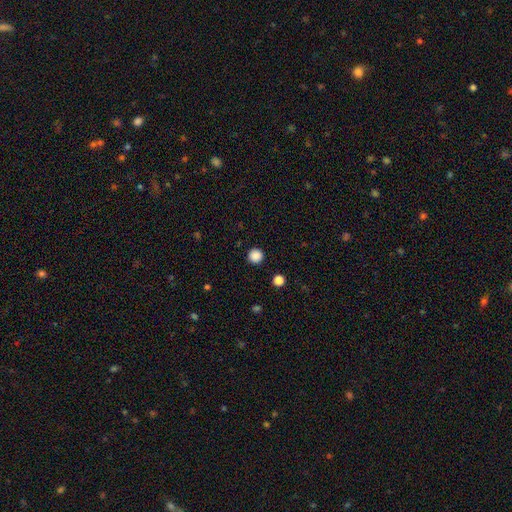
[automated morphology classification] This is clearly a smooth galaxy (87%). How rounded: clearly round (96%). Merging: clearly none (93%).